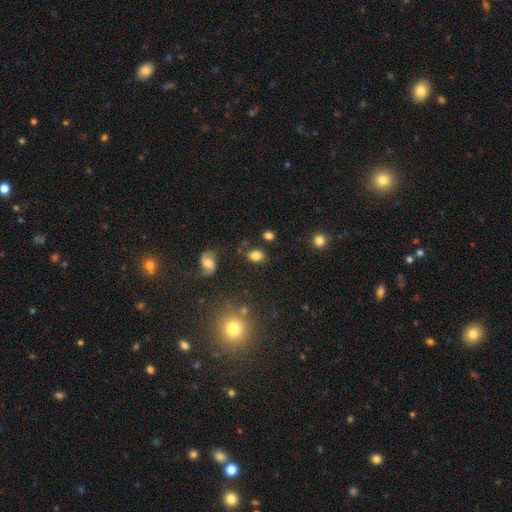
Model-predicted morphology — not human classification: This appears to be a smooth galaxy with no disk features (79%) that is in between round and cigar-shaped (71%). Merging: none (78%).